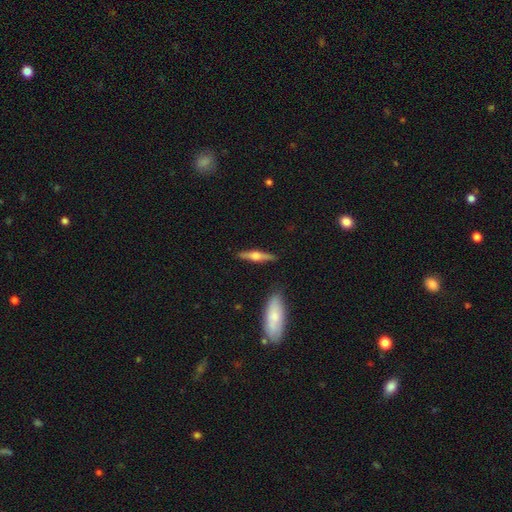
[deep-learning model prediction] smooth-or-featured: featured or disk: 63% | smooth: 31% | star or artifact: 6%
  disk-edge-on: yes: 97% | no: 3%
    edge-on-bulge: rounded: 89% | boxy: 8% | none: 3%
  merging: none: 87% | minor disturbance: 9% | merger: 2% | major disturbance: 2%